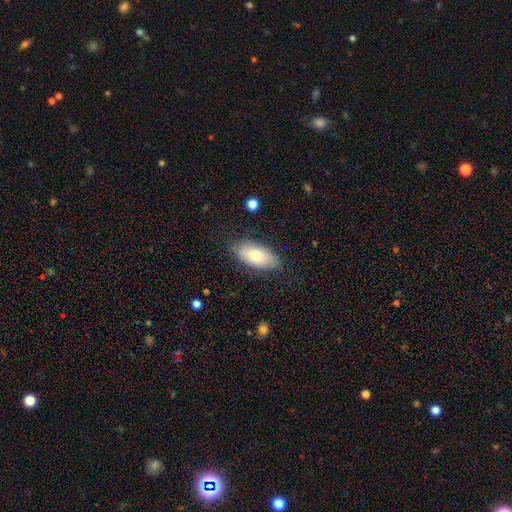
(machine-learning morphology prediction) A smooth galaxy with no disk features (77%) that is in between round and cigar-shaped (91%).

Vote fractions:
- Smooth or featured? smooth: 77% / featured or disk: 17% / star or artifact: 6%
- How rounded? in between: 91% / cigar-shaped: 7% / round: 2%
- Merging? none: 82% / minor disturbance: 14% / major disturbance: 3% / merger: 1%